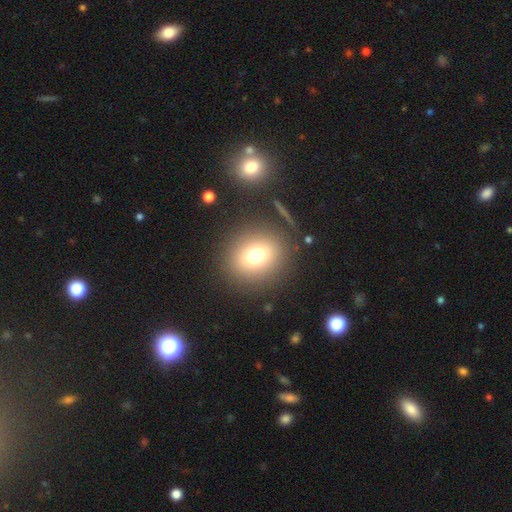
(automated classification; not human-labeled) Smooth or featured? Predicted: smooth (p=0.70). How rounded? Predicted: round (p=0.80). Merging? Predicted: none (p=0.85).